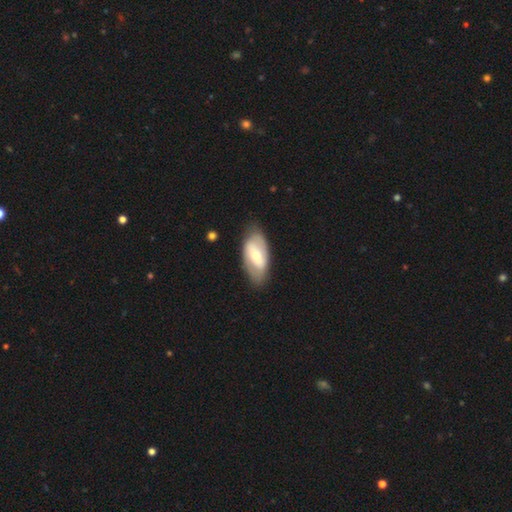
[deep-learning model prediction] featured or disk 54%, smooth 41%, star or artifact 5%. Down the decision tree: edge-on disk — no (90%); merging — none (78%).